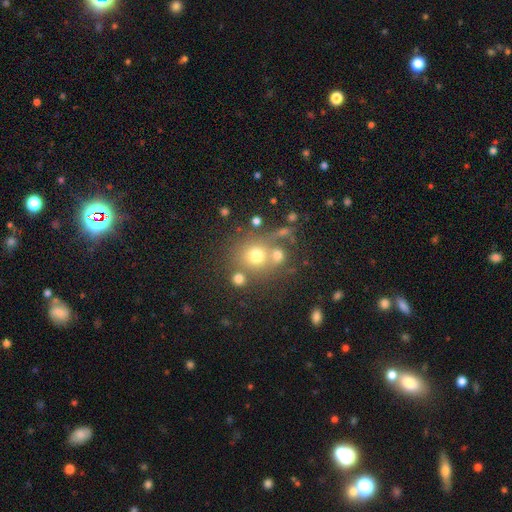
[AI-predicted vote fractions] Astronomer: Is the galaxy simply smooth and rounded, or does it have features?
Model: smooth — 69%.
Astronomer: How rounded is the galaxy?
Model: round — 86%.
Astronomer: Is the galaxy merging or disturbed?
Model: none — 59%.